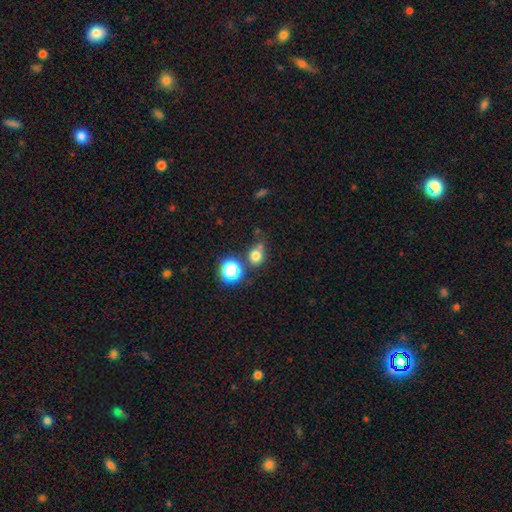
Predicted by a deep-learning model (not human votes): Overall: smooth (75%). How rounded: round (77%). Merging: none (63%).